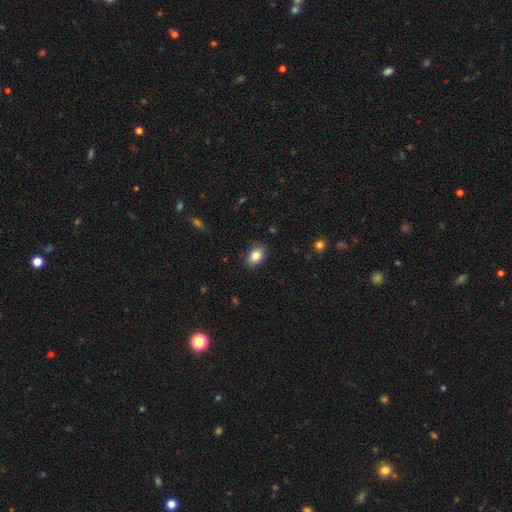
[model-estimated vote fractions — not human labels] smooth 84%, star or artifact 8%, featured or disk 7%. Down the decision tree: how rounded — in between (81%); merging — none (87%).